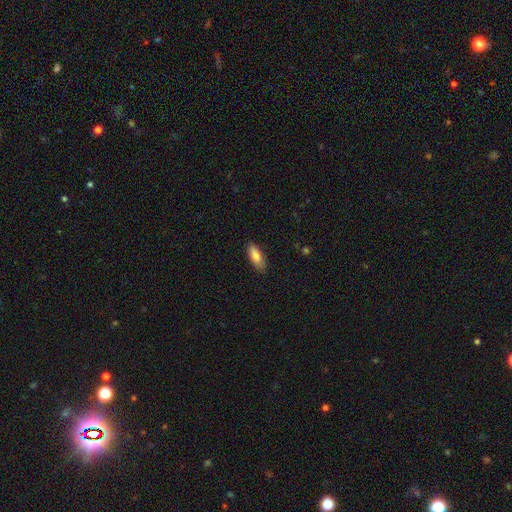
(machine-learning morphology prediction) A smooth galaxy with no disk features (82%) that is in between round and cigar-shaped (72%). Merging: none (85%).